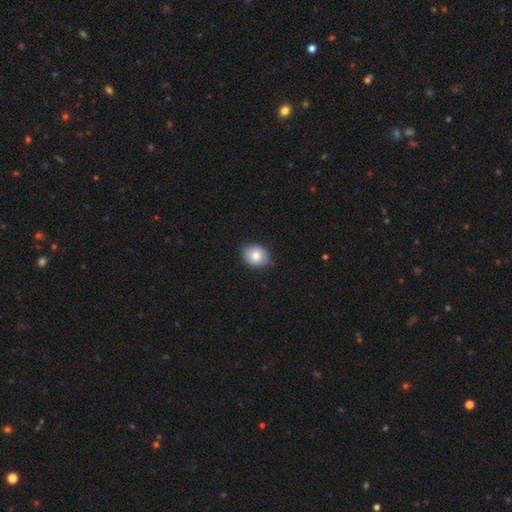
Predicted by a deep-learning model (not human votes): smooth-or-featured: smooth: 81% | featured or disk: 11% | star or artifact: 8%
  how-rounded: round: 52% | in between: 47% | cigar-shaped: 1%
  merging: none: 79% | minor disturbance: 17% | major disturbance: 2% | merger: 1%